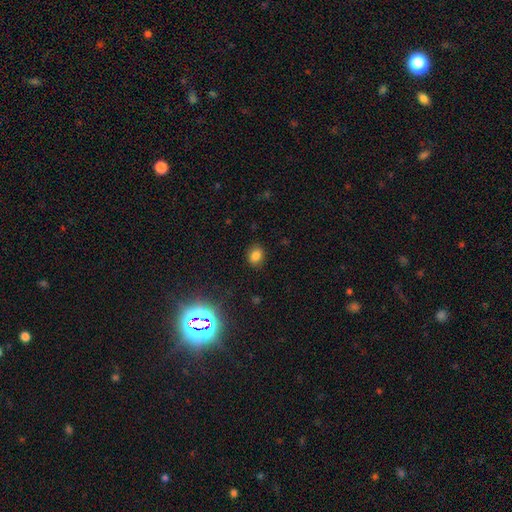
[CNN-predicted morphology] Q: Smooth or featured?
A: smooth (79%); runner-up: star or artifact (15%)
Q: How rounded?
A: round (59%); runner-up: in between (40%)
Q: Merging?
A: none (86%); runner-up: minor disturbance (10%)